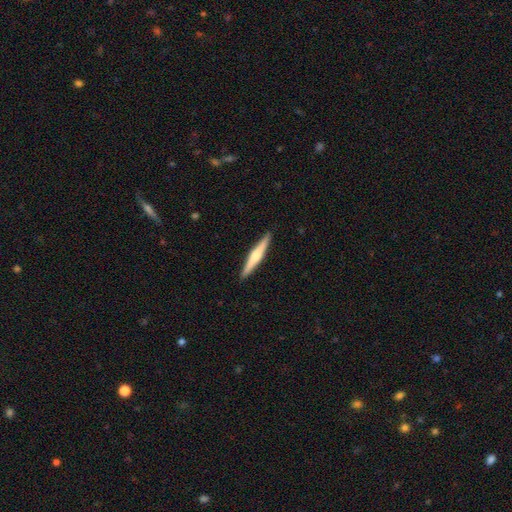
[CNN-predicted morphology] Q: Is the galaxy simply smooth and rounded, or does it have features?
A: featured or disk — 59%.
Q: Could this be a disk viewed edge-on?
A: yes — 98%.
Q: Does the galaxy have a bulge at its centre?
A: rounded — 79%.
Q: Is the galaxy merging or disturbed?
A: none — 92%.